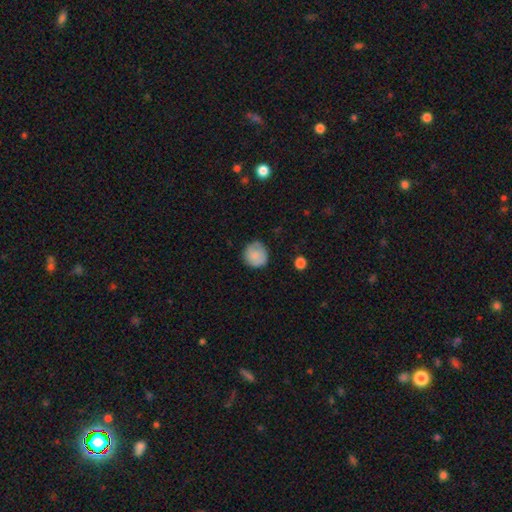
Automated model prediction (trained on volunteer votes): A smooth galaxy with no disk features (82%) that is round (90%). Merging: none (77%).